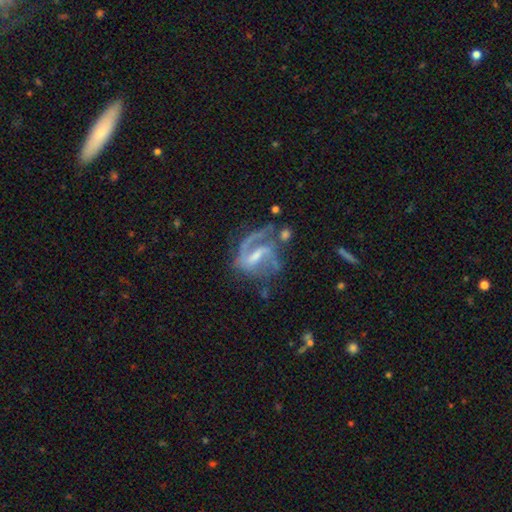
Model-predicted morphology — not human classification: A featured or disk galaxy (85%) with a weak bar (45%), 2 (63%) medium (50%) spiral arms (93%) and a small central bulge (42%).

Vote fractions:
- Smooth or featured? featured or disk: 85% / smooth: 8% / star or artifact: 7%
- Edge-on disk? no: 97% / yes: 3%
- Bar? weak: 45% / strong: 40% / no: 14%
- Spiral arms? yes: 93% / no: 7%
- Spiral winding? medium: 50% / loose: 25% / tight: 25%
- Spiral arm count? 2: 63% / 1: 19% / can't tell: 9% / 3: 7% / 4: 2% / more than 4: 2%
- Bulge size? small: 42% / moderate: 33% / none: 19% / large: 4% / dominant: 1%
- Merging? none: 45% / major disturbance: 26% / minor disturbance: 20% / merger: 10%